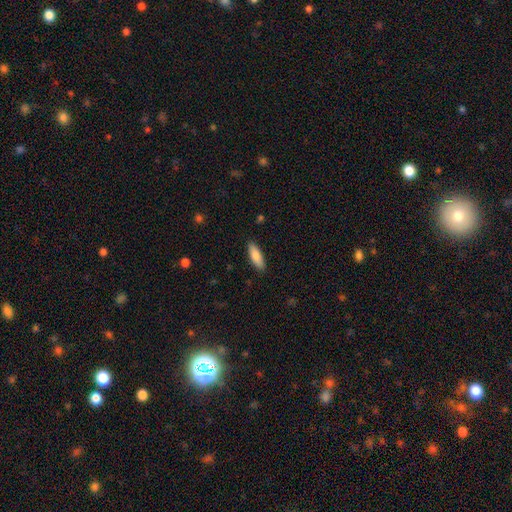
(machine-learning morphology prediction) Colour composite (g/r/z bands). It shows a smooth galaxy with no disk features (84%) that is in between round and cigar-shaped (56%). Merging: none (89%).